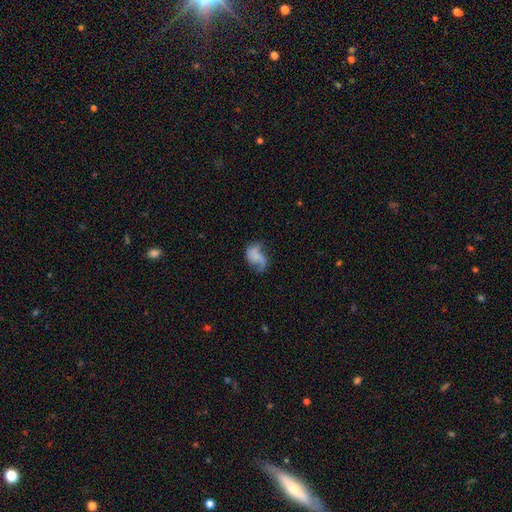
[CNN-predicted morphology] A featured or disk galaxy (52%) with no bar (71%), spiral arms (74%) and no central bulge (69%). Merging: none (39%).